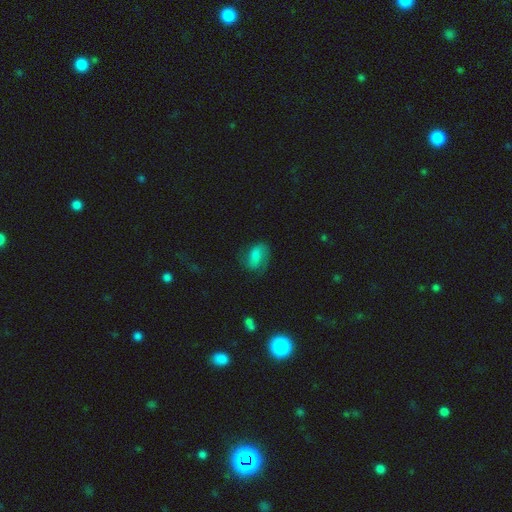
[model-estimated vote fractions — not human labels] This appears to be a featured or disk galaxy (46%). Merging: none (62%).